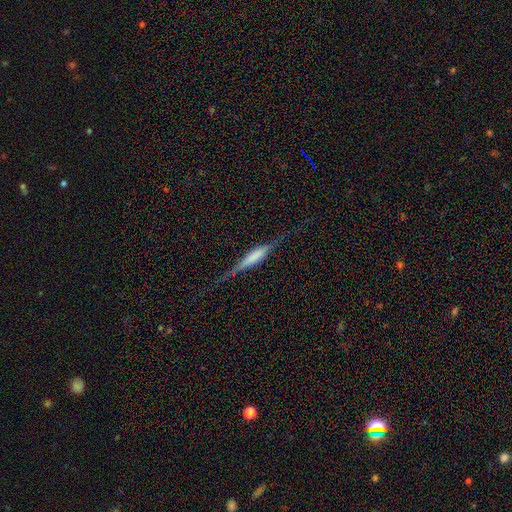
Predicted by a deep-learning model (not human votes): Smooth or featured?
  - featured or disk: 56% *
  - smooth: 37%
  - star or artifact: 7%
Edge-on disk?
  - yes: 94% *
  - no: 6%
Edge-on bulge?
  - boxy: 49% *
  - rounded: 28%
  - none: 23%
Merging?
  - none: 72% *
  - minor disturbance: 19%
  - major disturbance: 7%
  - merger: 2%